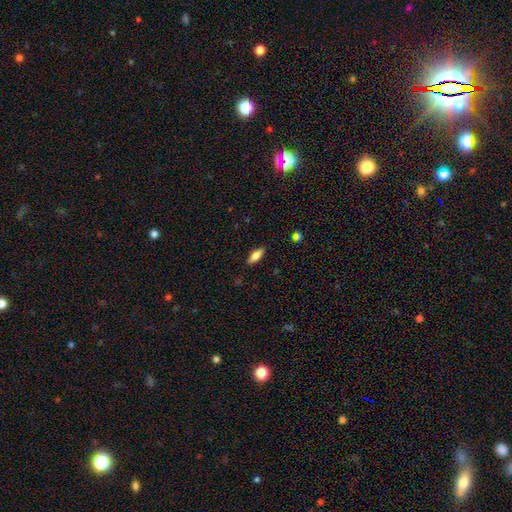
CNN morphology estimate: The model was most divided on "how rounded": in between: 72%, cigar-shaped: 25%, round: 2%. More confident: merging — none (87%); smooth or featured — smooth (73%).